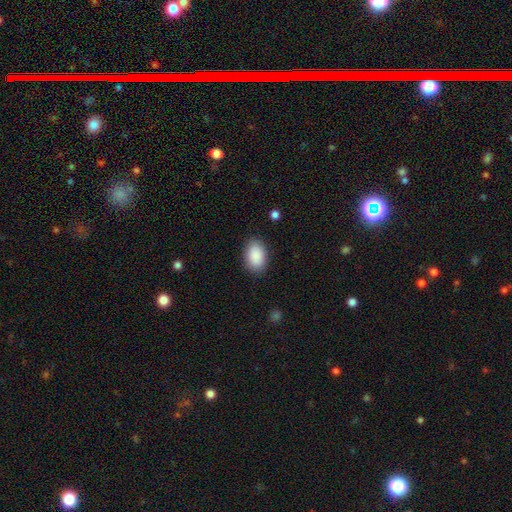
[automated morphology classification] A smooth galaxy with no disk features (90%) that is in between round and cigar-shaped (91%).

Vote fractions:
- Smooth or featured? smooth: 90% / star or artifact: 6% / featured or disk: 4%
- How rounded? in between: 91% / round: 8% / cigar-shaped: 1%
- Merging? none: 86% / minor disturbance: 10% / major disturbance: 3% / merger: 1%